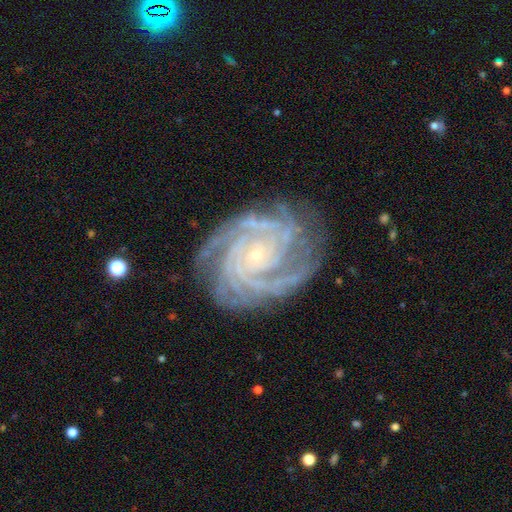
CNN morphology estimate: smooth_or_featured: featured or disk (p=0.92) [alt: star or artifact p=0.05]
disk_edge_on: no (p=0.98) [alt: yes p=0.02]
bar: no (p=0.73) [alt: weak p=0.19]
has_spiral_arms: yes (p=0.99) [alt: no p=0.01]
spiral_winding: tight (p=0.79) [alt: medium p=0.19]
spiral_arm_count: 4 (p=0.27) [alt: 3 p=0.22]
bulge_size: small (p=0.86) [alt: moderate p=0.09]
merging: none (p=0.79) [alt: minor disturbance p=0.15]